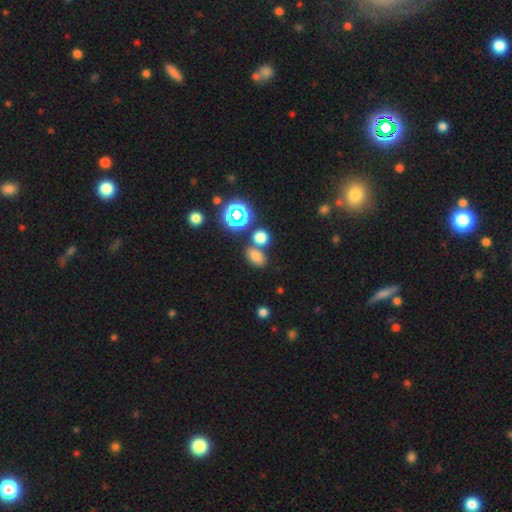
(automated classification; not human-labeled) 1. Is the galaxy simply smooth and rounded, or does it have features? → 70% smooth, 21% star or artifact, 8% featured or disk.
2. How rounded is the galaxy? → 71% in between, 27% round, 2% cigar-shaped.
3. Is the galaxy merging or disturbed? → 64% none, 20% merger, 11% minor disturbance, 4% major disturbance.